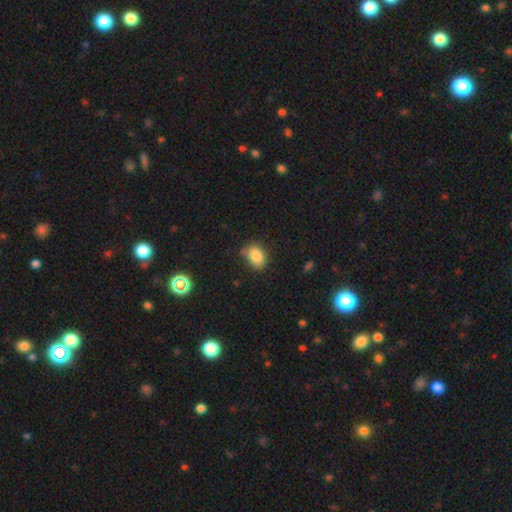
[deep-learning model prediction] Overall: smooth (84%). How rounded: in between (70%). Merging: none (70%).